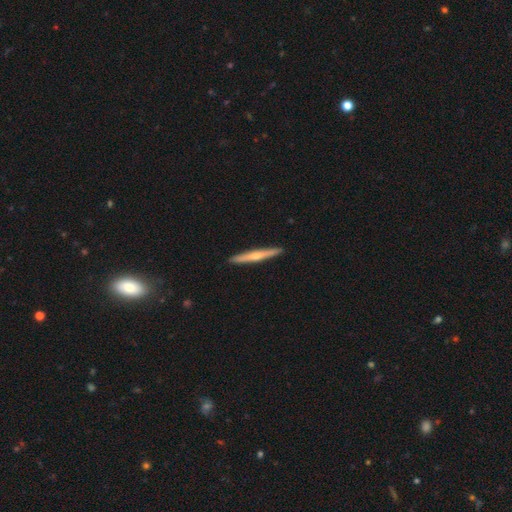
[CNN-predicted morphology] Smooth or featured: featured or disk — 56% (smooth — 39%)
Edge-on disk: yes — 97% (no — 3%)
Edge-on bulge: rounded — 73% (none — 22%)
Merging: none — 92% (minor disturbance — 5%)